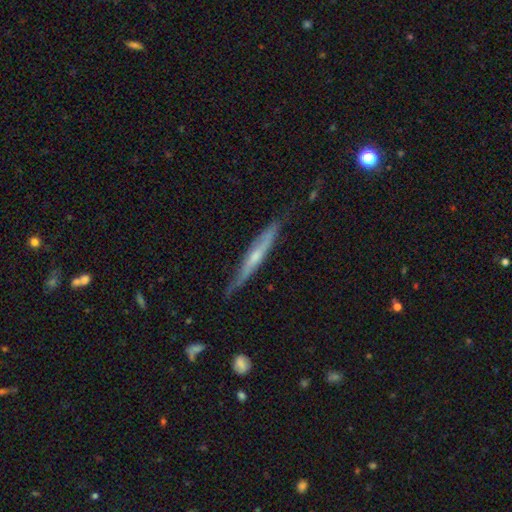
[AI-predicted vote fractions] Morphology: type=featured or disk (64%); edge-on=yes (92%); edge-on bulge=rounded (53%); merging=none (74%).